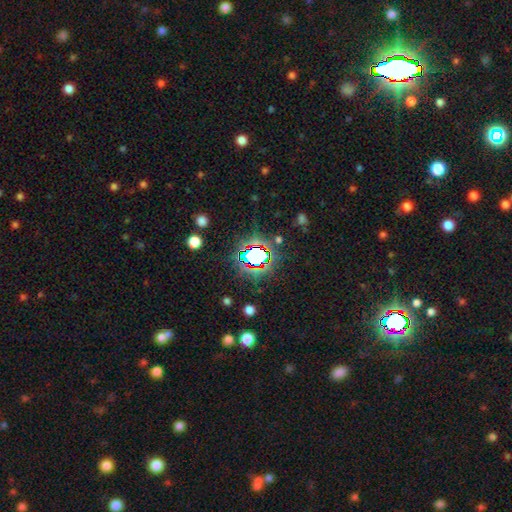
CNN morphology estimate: This is likely a star or artifact rather than a galaxy (69%).